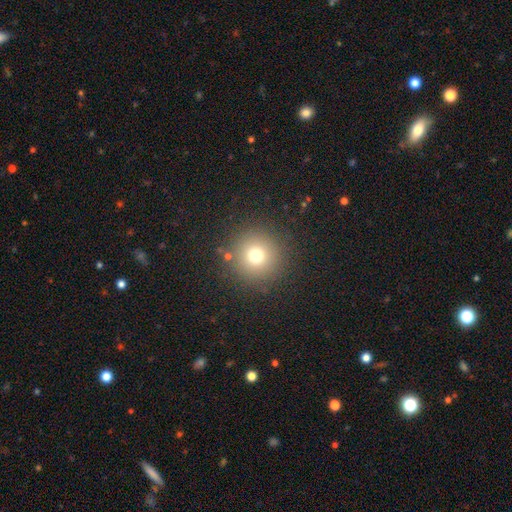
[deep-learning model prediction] This appears to be a smooth galaxy with no disk features (72%) that is round (96%). Merging: none (88%).